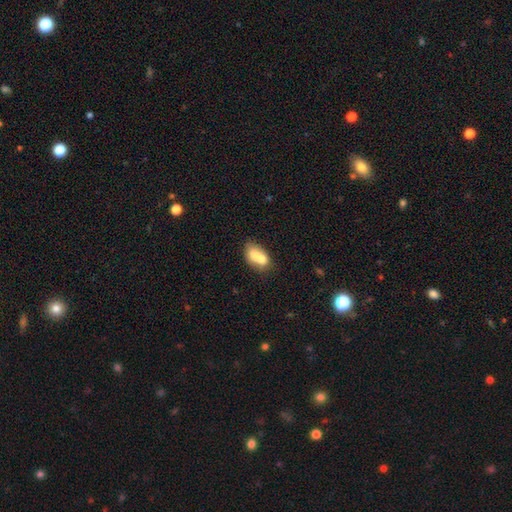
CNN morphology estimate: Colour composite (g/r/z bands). It shows a smooth galaxy with no disk features (70%) that is in between round and cigar-shaped (83%). Merging: merger (45%).